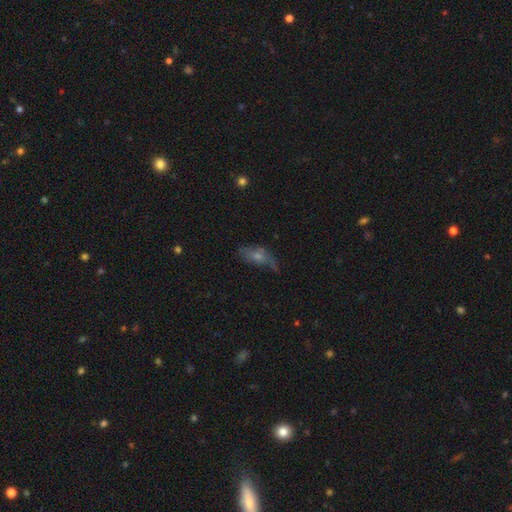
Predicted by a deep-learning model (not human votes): Q: Smooth or featured?
A: smooth (42%); runner-up: featured or disk (40%)
Q: Merging?
A: none (53%); runner-up: minor disturbance (27%)